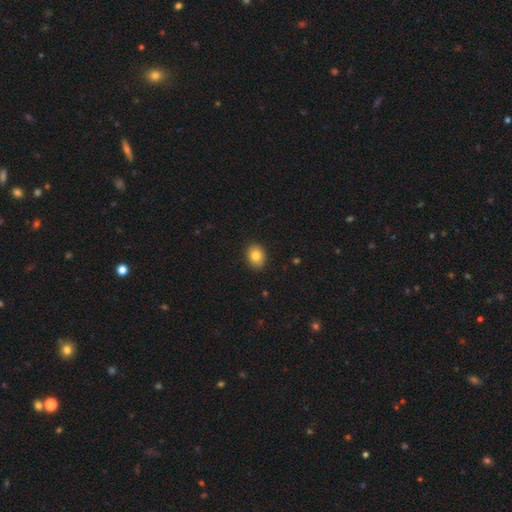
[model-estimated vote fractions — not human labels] A smooth galaxy with no disk features (83%) that is in between round and cigar-shaped (53%).

Vote fractions:
- Smooth or featured? smooth: 83% / star or artifact: 9% / featured or disk: 8%
- How rounded? in between: 53% / round: 46% / cigar-shaped: 1%
- Merging? none: 90% / minor disturbance: 7% / major disturbance: 2% / merger: 1%